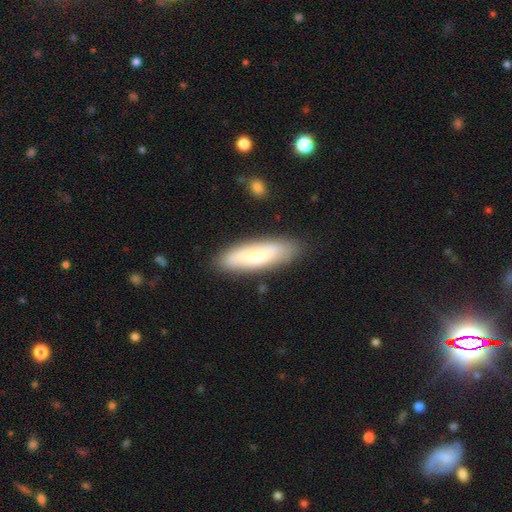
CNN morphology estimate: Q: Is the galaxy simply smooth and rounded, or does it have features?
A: smooth — 60%.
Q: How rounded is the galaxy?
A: cigar-shaped — 55%.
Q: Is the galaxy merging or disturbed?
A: none — 85%.